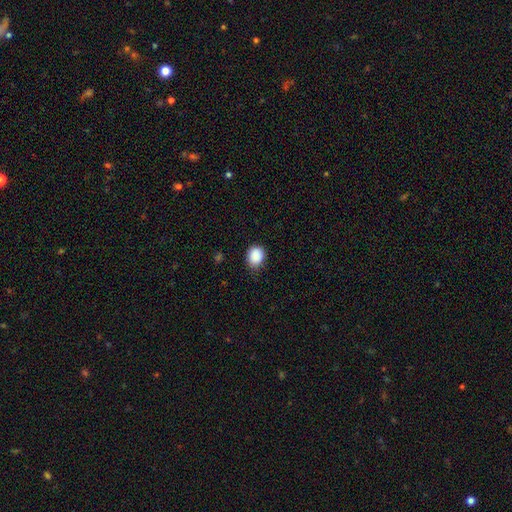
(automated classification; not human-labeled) Smooth or featured?
  - smooth: 89% *
  - star or artifact: 8%
  - featured or disk: 3%
How rounded?
  - round: 58% *
  - in between: 41%
  - cigar-shaped: 1%
Merging?
  - none: 77% *
  - minor disturbance: 19%
  - major disturbance: 3%
  - merger: 1%